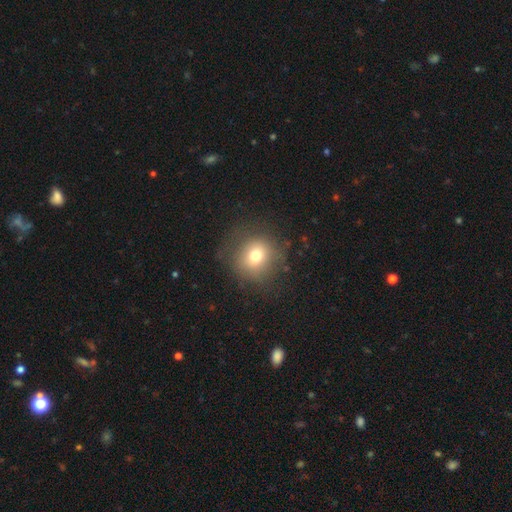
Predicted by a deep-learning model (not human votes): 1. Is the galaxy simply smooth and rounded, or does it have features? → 72% smooth, 14% star or artifact, 13% featured or disk.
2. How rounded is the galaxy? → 88% round, 11% in between, 1% cigar-shaped.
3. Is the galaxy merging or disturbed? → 76% none, 14% minor disturbance, 8% major disturbance, 1% merger.